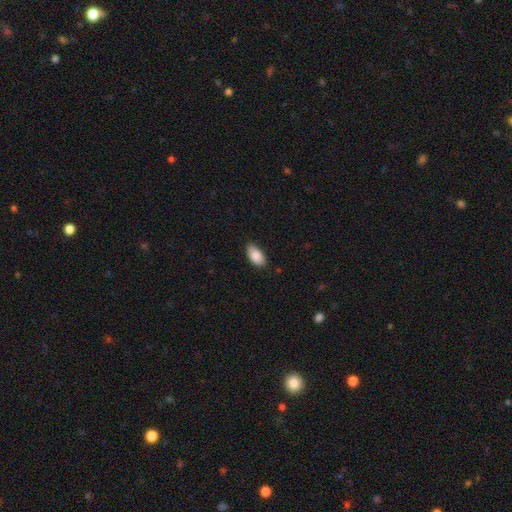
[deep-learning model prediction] smooth-or-featured: smooth: 88% | star or artifact: 7% | featured or disk: 6%
  how-rounded: in between: 94% | cigar-shaped: 3% | round: 3%
  merging: none: 76% | minor disturbance: 20% | major disturbance: 3% | merger: 1%